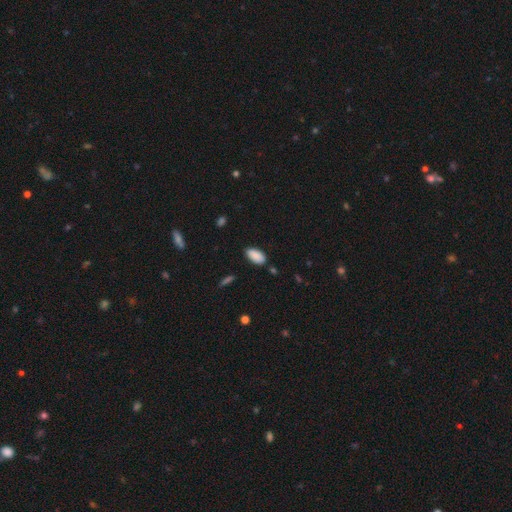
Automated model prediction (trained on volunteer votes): A smooth galaxy with no disk features (89%) that is in between round and cigar-shaped (94%). Merging: none (84%).